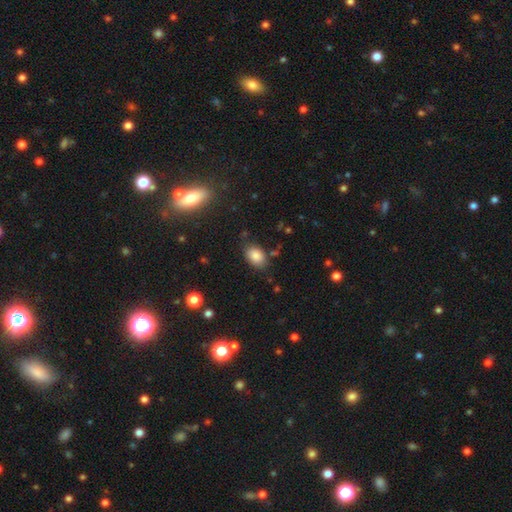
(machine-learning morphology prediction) A smooth galaxy with no disk features (85%) that is in between round and cigar-shaped (85%).

Vote fractions:
- Smooth or featured? smooth: 85% / star or artifact: 9% / featured or disk: 6%
- How rounded? in between: 85% / round: 14% / cigar-shaped: 1%
- Merging? none: 78% / minor disturbance: 15% / major disturbance: 4% / merger: 3%